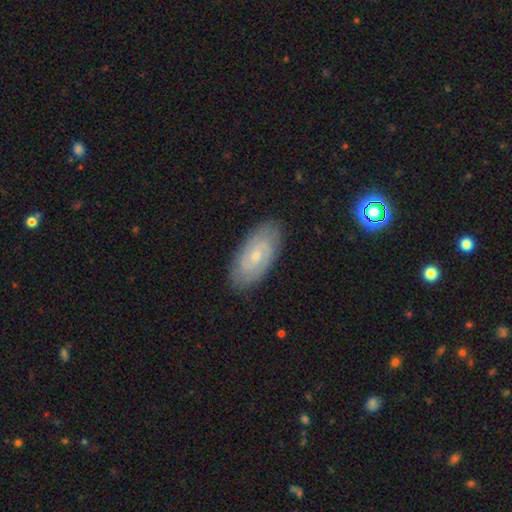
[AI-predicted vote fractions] A featured or disk galaxy (70%) with no bar (55%), 2 (53%) tight (60%) spiral arms (89%) and a small central bulge (69%). Merging: none (84%).